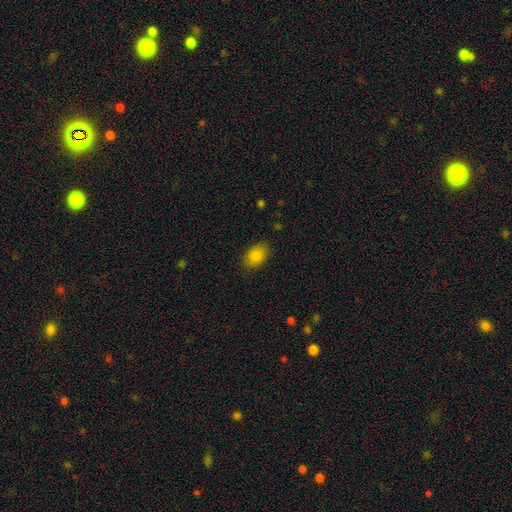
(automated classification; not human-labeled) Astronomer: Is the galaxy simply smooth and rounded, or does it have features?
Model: smooth — 85%.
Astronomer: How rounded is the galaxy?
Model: in between — 88%.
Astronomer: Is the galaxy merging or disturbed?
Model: none — 85%.